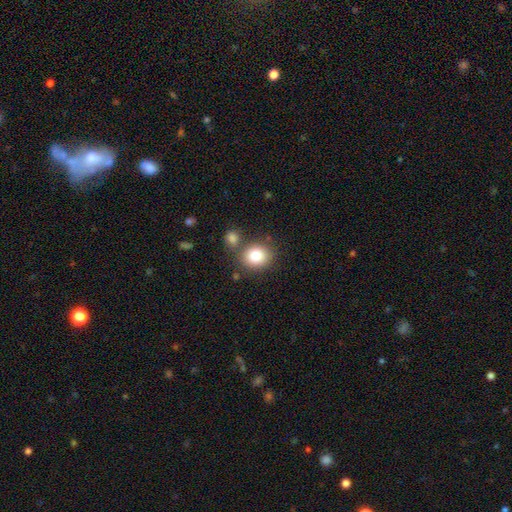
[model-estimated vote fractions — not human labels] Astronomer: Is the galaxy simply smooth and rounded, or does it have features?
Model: smooth — 84%.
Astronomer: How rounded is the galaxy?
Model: round — 73%.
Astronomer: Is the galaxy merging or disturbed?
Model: none — 69%.